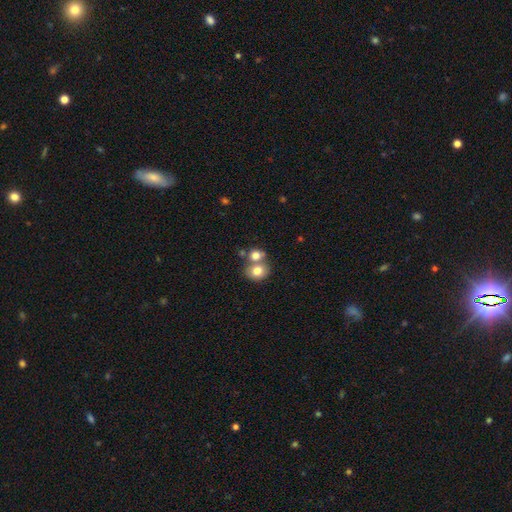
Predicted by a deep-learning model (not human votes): smooth 77%, featured or disk 13%, star or artifact 9%. Down the decision tree: how rounded — round (59%); merging — merger (54%).